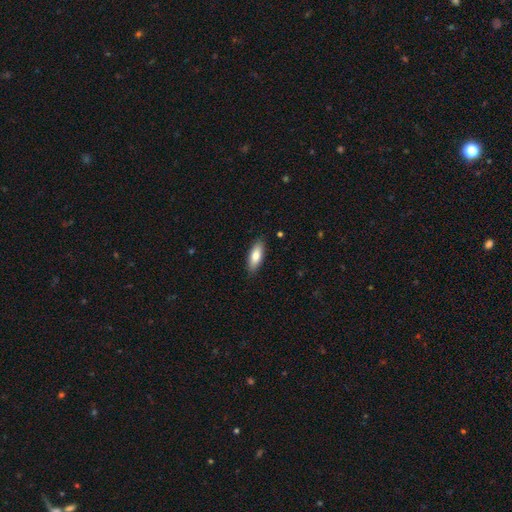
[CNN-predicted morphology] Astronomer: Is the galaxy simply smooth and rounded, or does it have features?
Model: smooth — 77%.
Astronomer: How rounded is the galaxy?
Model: in between — 68%.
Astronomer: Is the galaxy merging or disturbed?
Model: none — 87%.